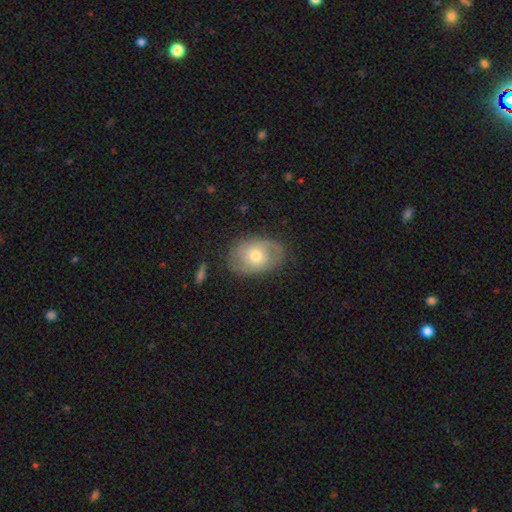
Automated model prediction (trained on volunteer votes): A featured or disk galaxy (48%).

Vote fractions:
- Smooth or featured? featured or disk: 48% / smooth: 45% / star or artifact: 7%
- Merging? none: 72% / minor disturbance: 19% / major disturbance: 7% / merger: 2%